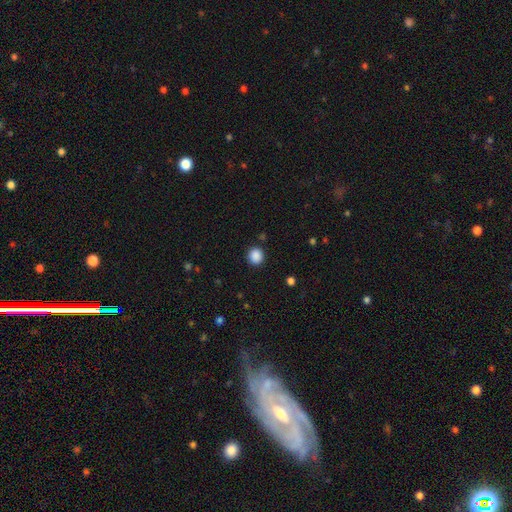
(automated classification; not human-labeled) Smooth or featured: smooth — 88% (star or artifact — 10%)
How rounded: round — 89% (in between — 10%)
Merging: none — 90% (minor disturbance — 6%)